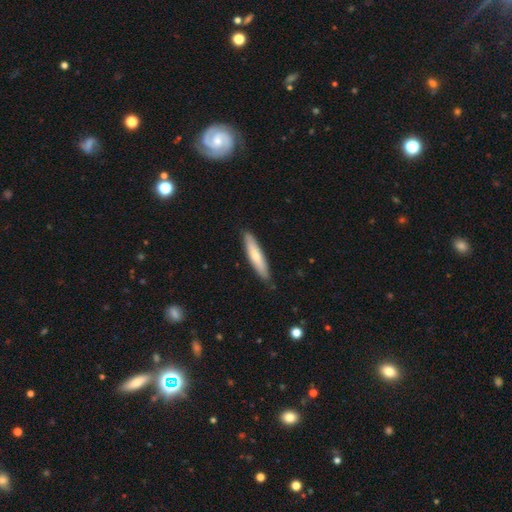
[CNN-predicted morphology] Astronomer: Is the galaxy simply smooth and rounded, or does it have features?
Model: smooth — 65%.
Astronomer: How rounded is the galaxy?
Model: cigar-shaped — 83%.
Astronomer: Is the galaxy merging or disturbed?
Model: none — 86%.